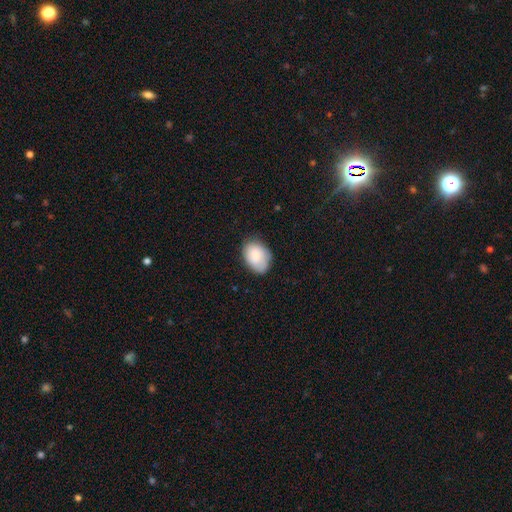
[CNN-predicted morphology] type=smooth (83%); roundness=in between (83%); merging=none (73%).